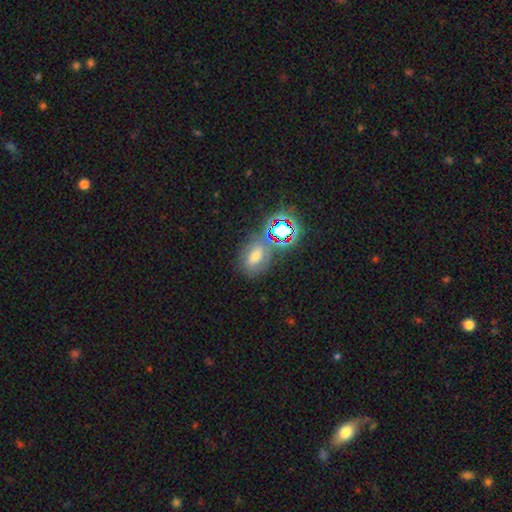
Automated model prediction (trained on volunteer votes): Morphology: type=smooth (42%); merging=none (65%).